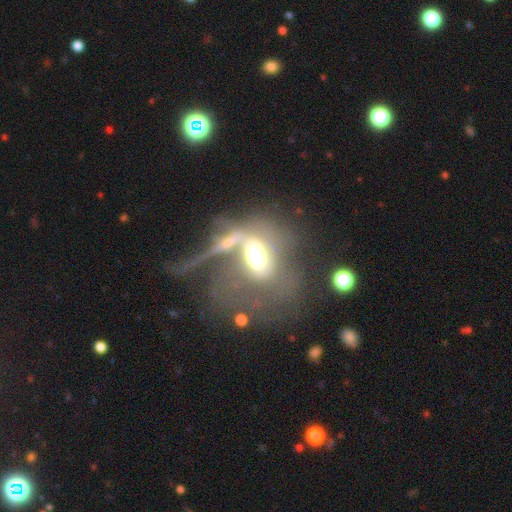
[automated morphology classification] type=featured or disk (43%); merging=merger (38%).